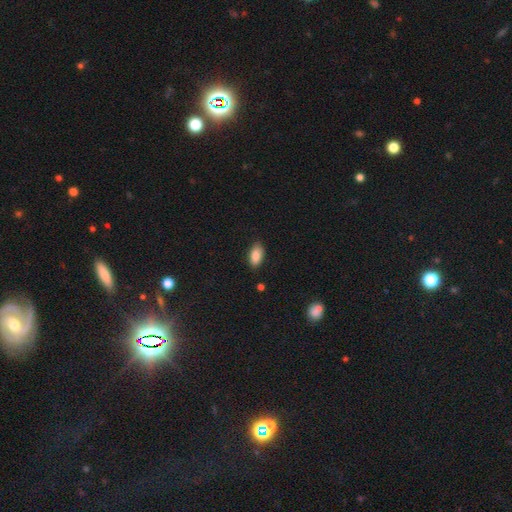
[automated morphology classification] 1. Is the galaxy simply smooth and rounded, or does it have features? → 87% smooth, 7% star or artifact, 5% featured or disk.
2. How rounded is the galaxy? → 91% in between, 5% cigar-shaped, 3% round.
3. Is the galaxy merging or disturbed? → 82% none, 14% minor disturbance, 2% major disturbance, 1% merger.